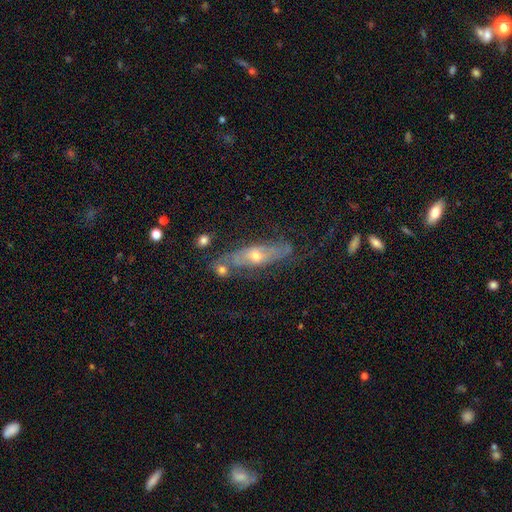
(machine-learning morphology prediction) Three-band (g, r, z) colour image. It shows a featured or disk galaxy (61%) viewed edge-on (54%). Merging: none (63%).